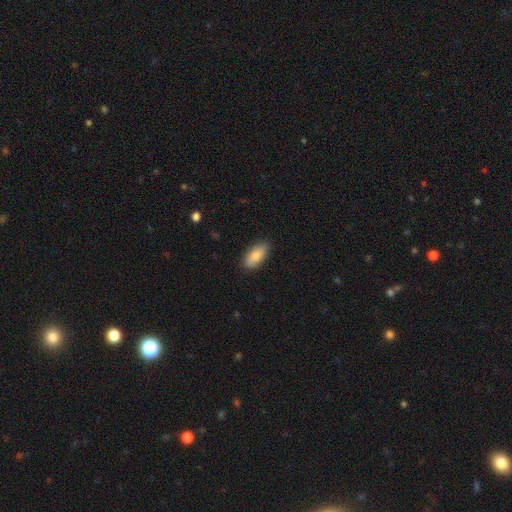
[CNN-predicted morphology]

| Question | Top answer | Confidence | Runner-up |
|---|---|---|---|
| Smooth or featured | smooth | 84% | featured or disk (10%) |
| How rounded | in between | 90% | cigar-shaped (8%) |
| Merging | none | 86% | minor disturbance (11%) |